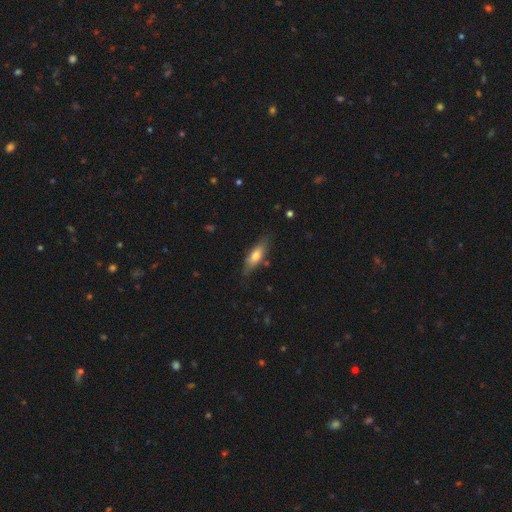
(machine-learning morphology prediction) This is likely a smooth galaxy (65%). How rounded: possibly in between (53%). Merging: likely none (76%).